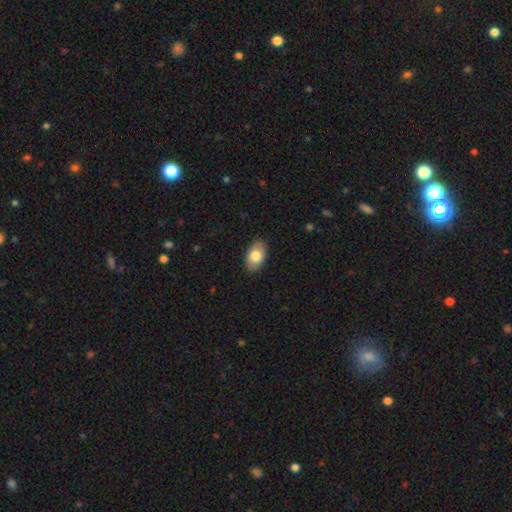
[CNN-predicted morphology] Smooth or featured? smooth (80%)
How rounded? in between (92%)
Merging? none (87%)